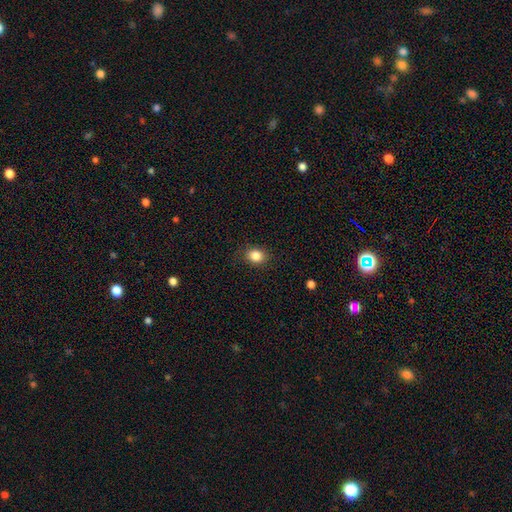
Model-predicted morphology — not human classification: Smooth or featured? Predicted: smooth (p=0.85). How rounded? Predicted: round (p=0.59). Merging? Predicted: none (p=0.85).